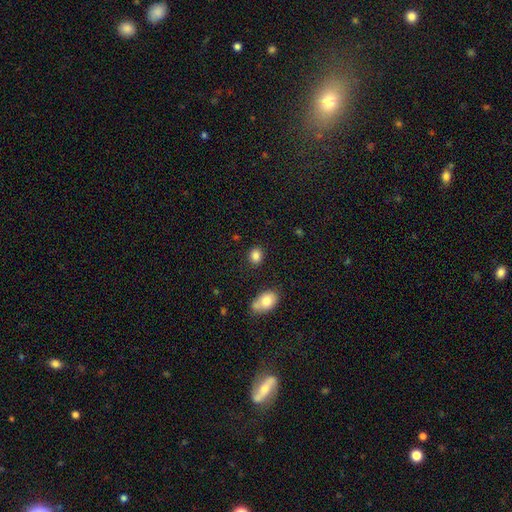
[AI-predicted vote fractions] Overall: smooth (86%). How rounded: round (52%; in between 46%). Merging: none (85%).